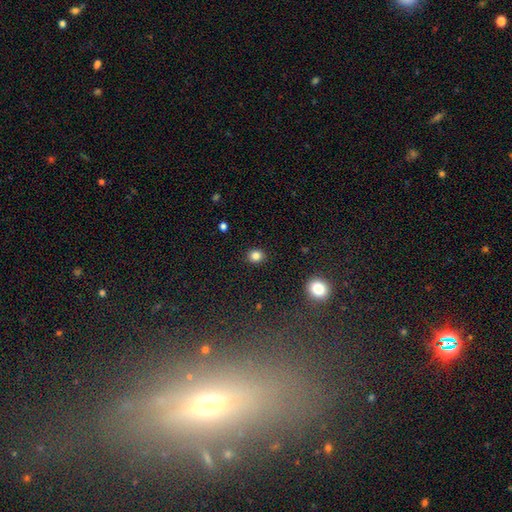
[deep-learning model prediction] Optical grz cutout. It shows a smooth galaxy with no disk features (83%) that is round (80%). Merging: none (91%).